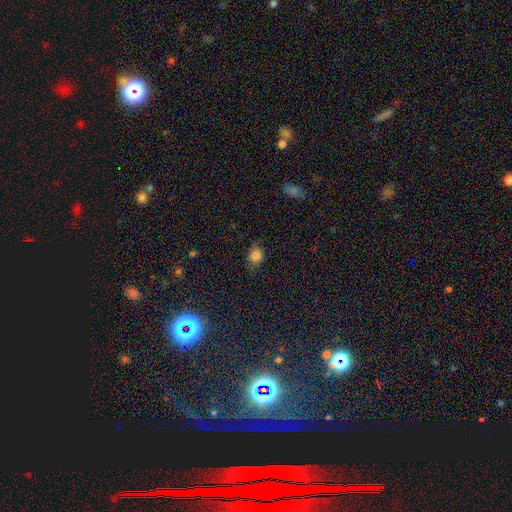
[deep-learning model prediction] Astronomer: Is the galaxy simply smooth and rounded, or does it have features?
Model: smooth — 82%.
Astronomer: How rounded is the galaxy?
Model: round — 62%.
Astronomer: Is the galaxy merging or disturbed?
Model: none — 77%.